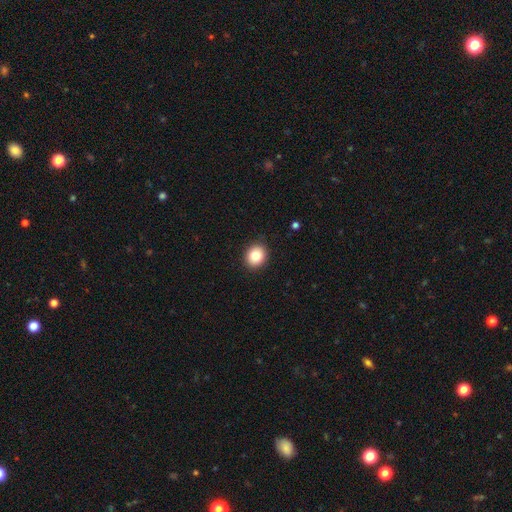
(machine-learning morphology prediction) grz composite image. It shows a smooth galaxy with no disk features (83%) that is round (72%). Merging: none (91%).